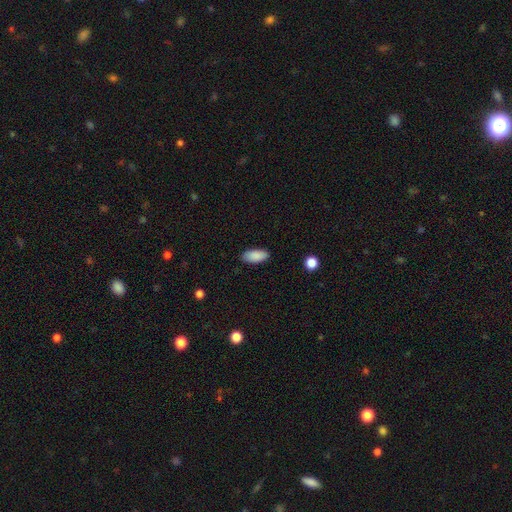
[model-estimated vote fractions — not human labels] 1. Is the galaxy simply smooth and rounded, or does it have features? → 89% smooth, 6% star or artifact, 4% featured or disk.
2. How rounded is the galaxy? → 89% in between, 9% cigar-shaped, 2% round.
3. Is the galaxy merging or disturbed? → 88% none, 9% minor disturbance, 2% major disturbance, 1% merger.